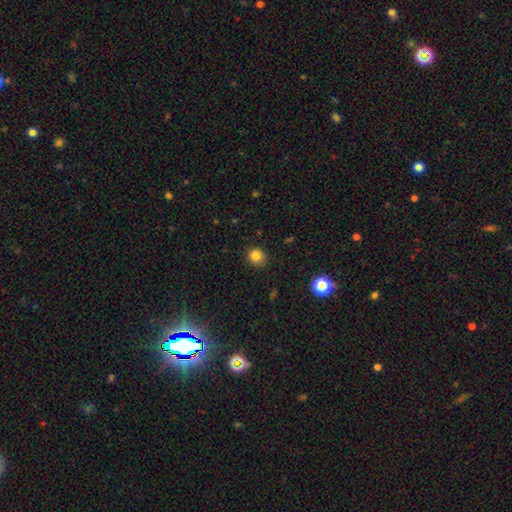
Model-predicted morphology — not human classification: Smooth or featured?
  - smooth: 82% *
  - star or artifact: 12%
  - featured or disk: 5%
How rounded?
  - round: 83% *
  - in between: 16%
  - cigar-shaped: 1%
Merging?
  - none: 85% *
  - minor disturbance: 12%
  - major disturbance: 3%
  - merger: 1%